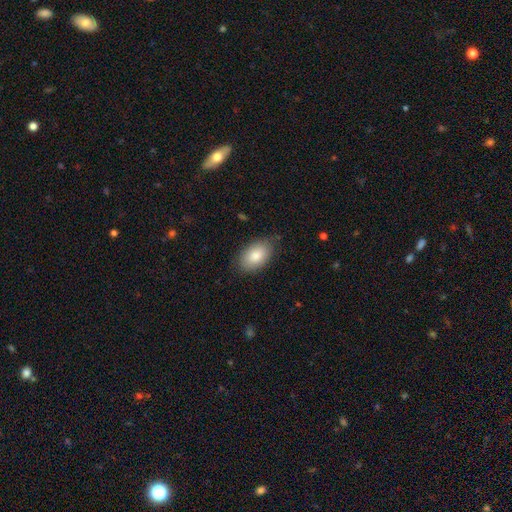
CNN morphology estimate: Smooth or featured: smooth — 84% (featured or disk — 9%)
How rounded: in between — 92% (round — 6%)
Merging: none — 81% (minor disturbance — 15%)